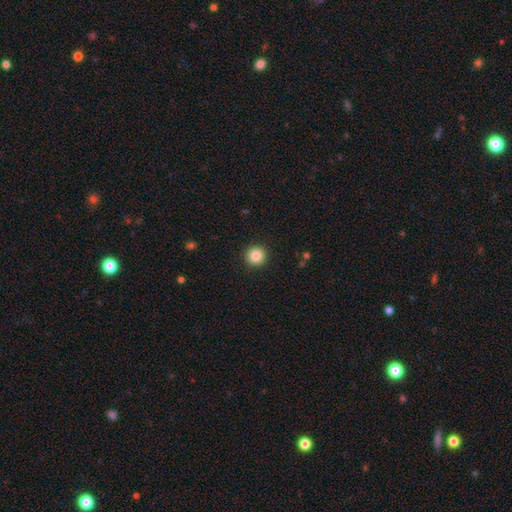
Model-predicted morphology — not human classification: This appears to be a smooth galaxy with no disk features (86%) that is round (95%). Merging: none (93%).